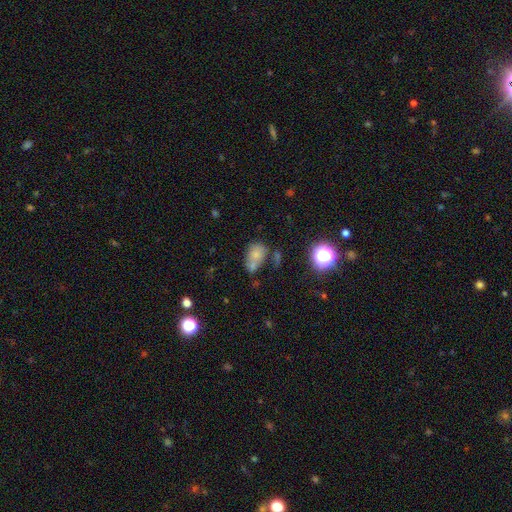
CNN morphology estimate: Smooth or featured: smooth — 68% (featured or disk — 16%)
How rounded: in between — 74% (round — 24%)
Merging: none — 37% (merger — 35%)